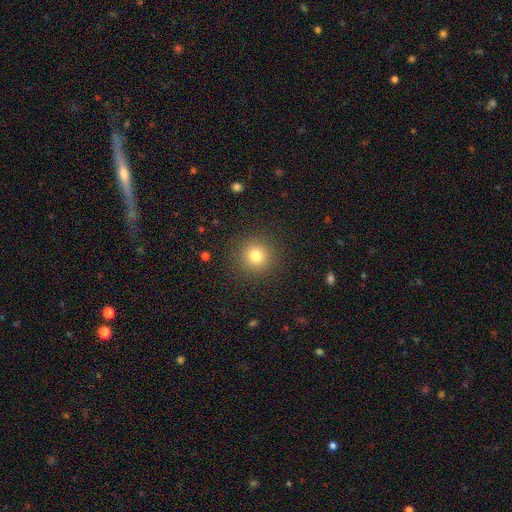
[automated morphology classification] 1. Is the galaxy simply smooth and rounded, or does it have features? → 78% smooth, 14% star or artifact, 8% featured or disk.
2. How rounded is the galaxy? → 95% round, 4% in between, 1% cigar-shaped.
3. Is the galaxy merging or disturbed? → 90% none, 6% minor disturbance, 3% major disturbance, 1% merger.